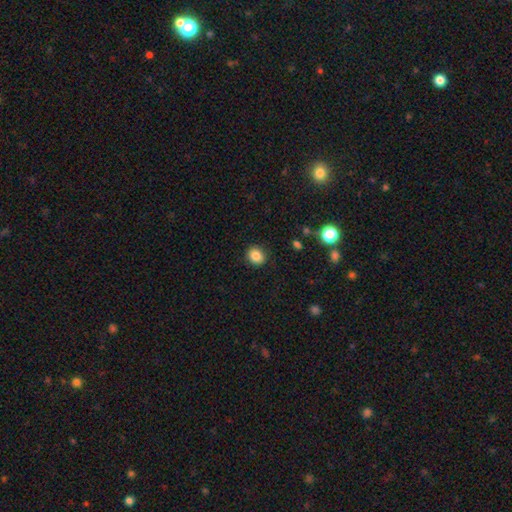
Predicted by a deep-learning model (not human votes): Smooth or featured: smooth — 85% (star or artifact — 10%)
How rounded: round — 73% (in between — 26%)
Merging: none — 90% (minor disturbance — 7%)